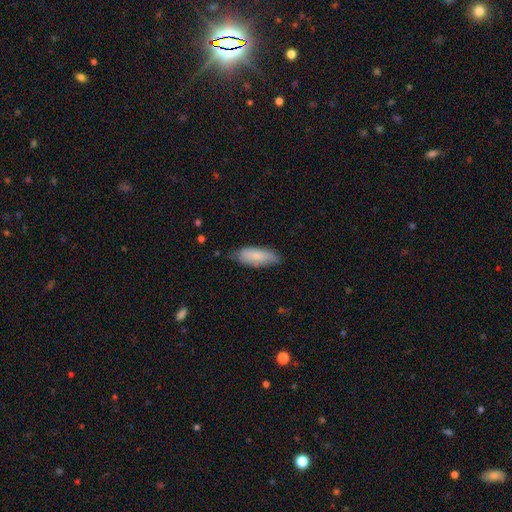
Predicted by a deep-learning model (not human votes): Smooth or featured?
  - smooth: 81% *
  - featured or disk: 13%
  - star or artifact: 6%
How rounded?
  - in between: 75% *
  - cigar-shaped: 24%
  - round: 2%
Merging?
  - none: 71% *
  - minor disturbance: 24%
  - major disturbance: 4%
  - merger: 1%